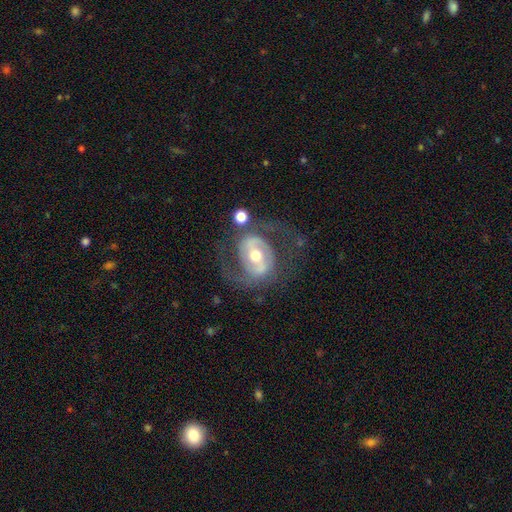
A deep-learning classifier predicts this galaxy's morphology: Q: Smooth or featured?
A: featured or disk (82%); runner-up: smooth (13%)
Q: Edge-on disk?
A: no (96%); runner-up: yes (4%)
Q: Bar?
A: weak (38%); runner-up: strong (34%)
Q: Spiral arms?
A: yes (83%); runner-up: no (17%)
Q: Spiral winding?
A: medium (50%); runner-up: loose (27%)
Q: Spiral arm count?
A: 2 (83%); runner-up: can't tell (8%)
Q: Bulge size?
A: moderate (73%); runner-up: small (17%)
Q: Merging?
A: none (59%); runner-up: major disturbance (19%)